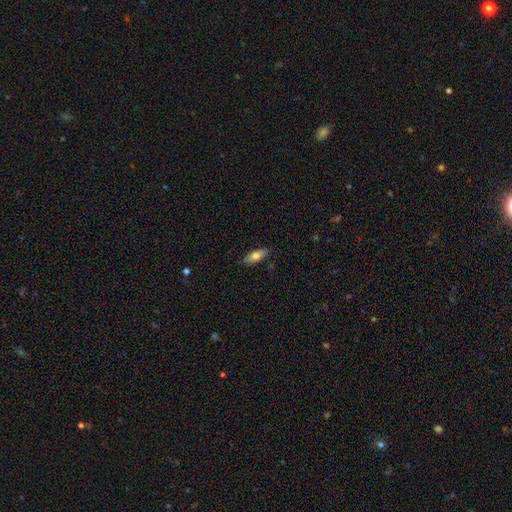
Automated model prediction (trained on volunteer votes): A smooth galaxy with no disk features (72%) that is in between round and cigar-shaped (72%). Merging: none (87%).